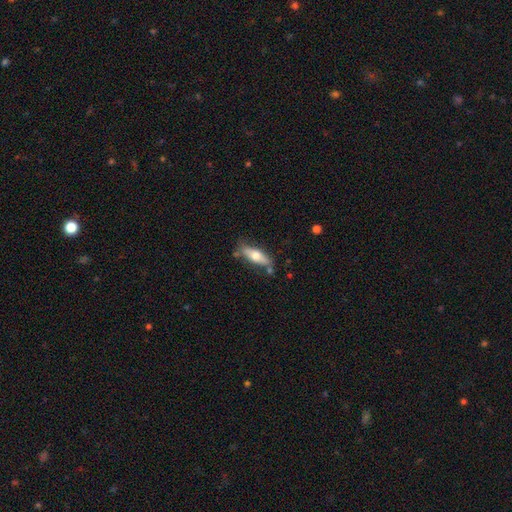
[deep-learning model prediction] smooth-or-featured: smooth: 60% | featured or disk: 35% | star or artifact: 6%
  how-rounded: in between: 55% | cigar-shaped: 42% | round: 3%
  merging: none: 71% | minor disturbance: 18% | merger: 6% | major disturbance: 4%